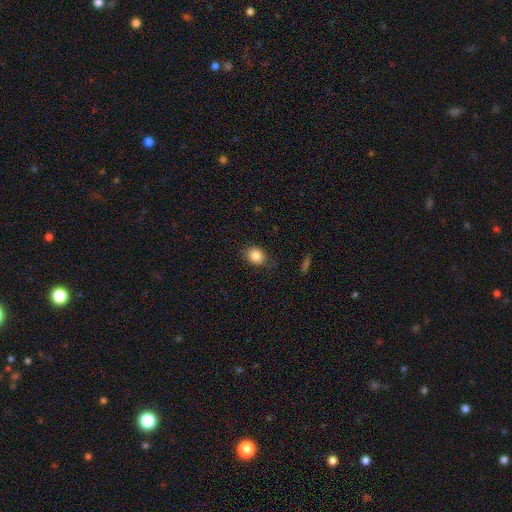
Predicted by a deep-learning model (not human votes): Q: Smooth or featured?
A: smooth (86%); runner-up: star or artifact (9%)
Q: How rounded?
A: round (56%); runner-up: in between (42%)
Q: Merging?
A: none (80%); runner-up: minor disturbance (15%)